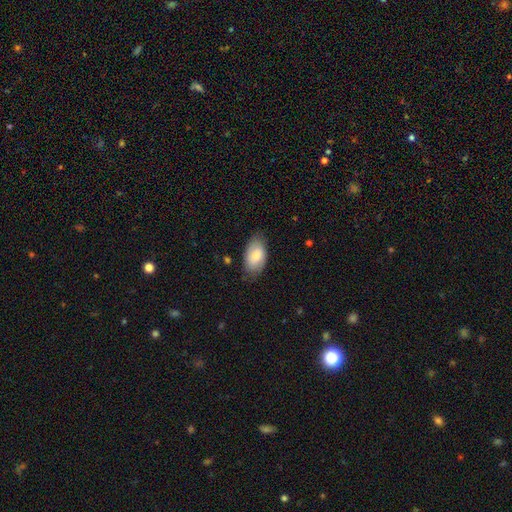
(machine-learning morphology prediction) The model was most divided on "smooth or featured": smooth: 73%, featured or disk: 21%, star or artifact: 6%. More confident: how rounded — in between (94%); merging — none (75%).